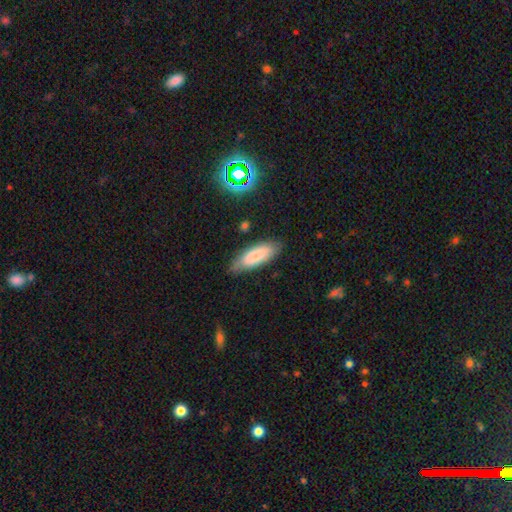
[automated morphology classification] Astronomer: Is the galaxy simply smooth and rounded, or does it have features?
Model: smooth — 77%.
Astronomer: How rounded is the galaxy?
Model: in between — 64%.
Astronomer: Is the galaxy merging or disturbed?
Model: none — 76%.